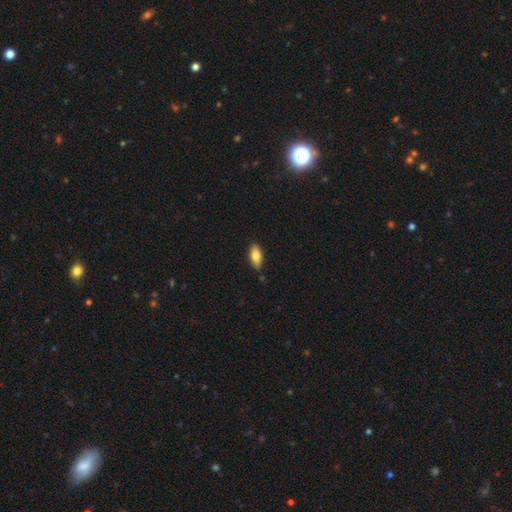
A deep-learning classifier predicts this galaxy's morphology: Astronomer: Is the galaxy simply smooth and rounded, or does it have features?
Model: smooth — 79%.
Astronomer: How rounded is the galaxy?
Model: in between — 85%.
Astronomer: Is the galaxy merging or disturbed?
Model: none — 83%.